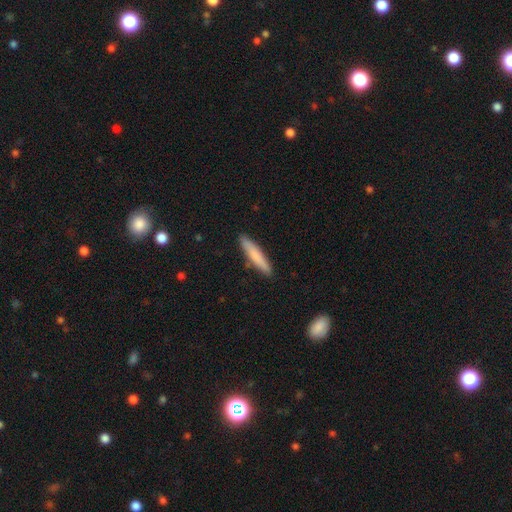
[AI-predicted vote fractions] Overall: smooth (76%). How rounded: cigar-shaped (91%). Merging: none (89%).